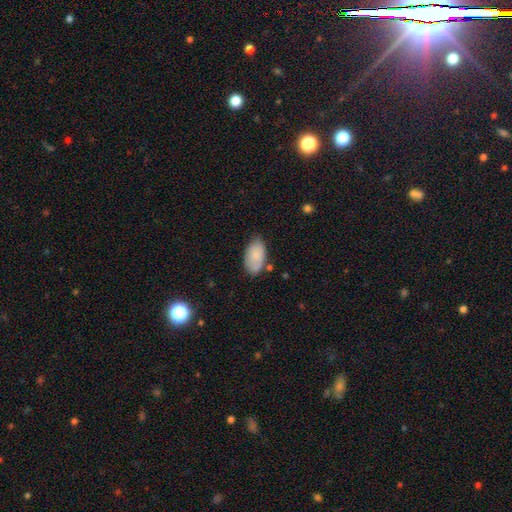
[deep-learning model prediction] This is clearly a smooth galaxy (84%). How rounded: clearly in between (94%). Merging: likely none (62%).